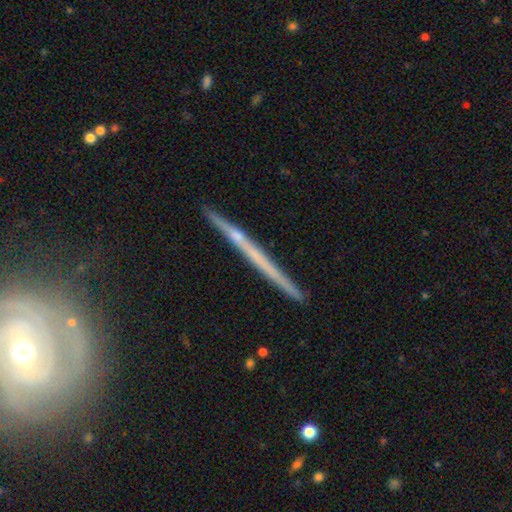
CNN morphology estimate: smooth_or_featured: featured or disk (p=0.64) [alt: smooth p=0.29]
disk_edge_on: yes (p=0.96) [alt: no p=0.04]
edge_on_bulge: none (p=0.83) [alt: rounded p=0.13]
merging: none (p=0.87) [alt: minor disturbance p=0.09]